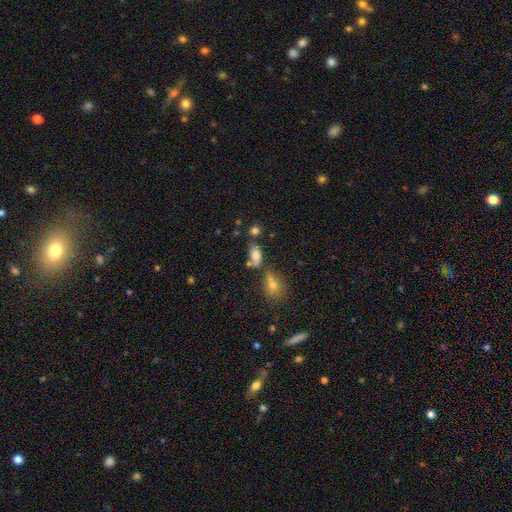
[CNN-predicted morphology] smooth 78%, star or artifact 11%, featured or disk 11%. Down the decision tree: how rounded — in between (88%); merging — none (54%).